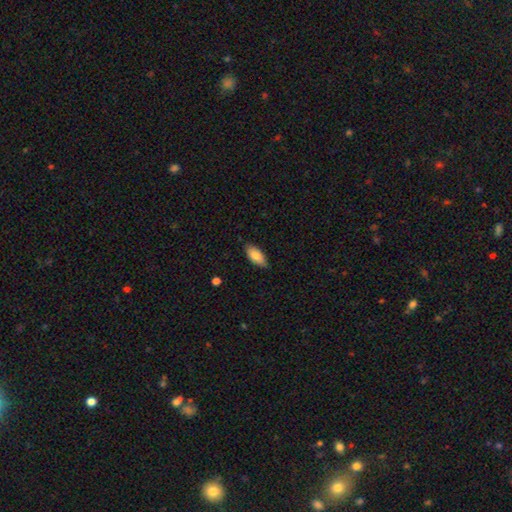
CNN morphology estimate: Smooth or featured? Predicted: smooth (p=0.84). How rounded? Predicted: in between (p=0.87). Merging? Predicted: none (p=0.83).